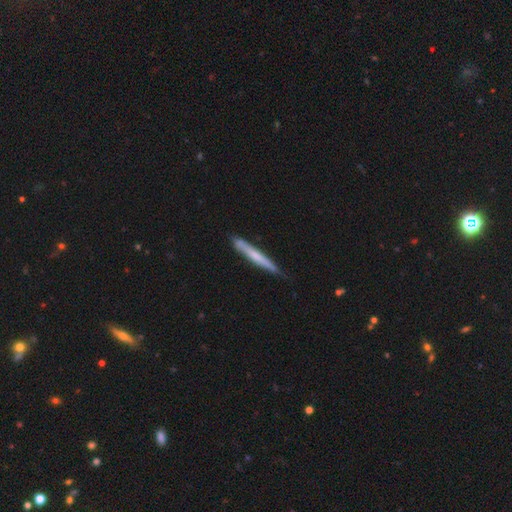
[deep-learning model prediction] This appears to be a smooth galaxy with no disk features (53%) that is cigar-shaped (96%). Merging: none (79%).